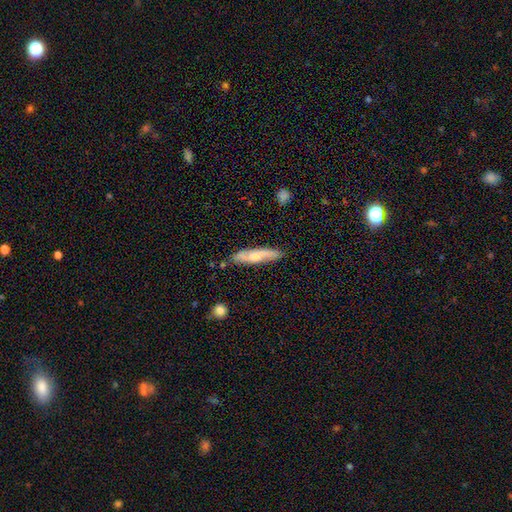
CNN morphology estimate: smooth 49%, featured or disk 45%, star or artifact 6%. Down the decision tree: merging — none (79%).